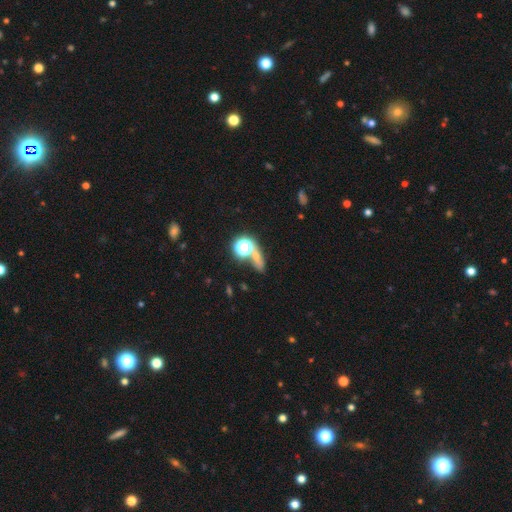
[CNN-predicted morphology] smooth-or-featured: smooth: 45% | star or artifact: 42% | featured or disk: 13%
  merging: none: 54% | merger: 25% | minor disturbance: 12% | major disturbance: 9%